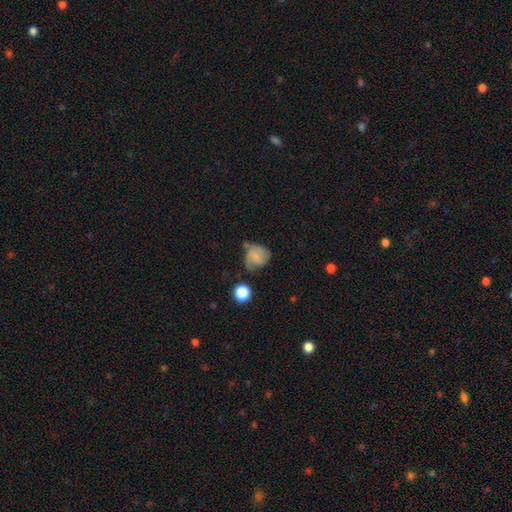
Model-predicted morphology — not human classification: This is possibly a smooth galaxy (58%). How rounded: likely round (72%). Merging: marginally none (43%).